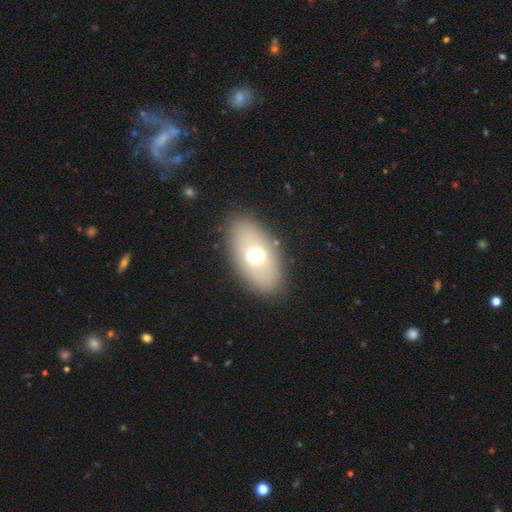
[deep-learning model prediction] The model was most divided on "smooth or featured": smooth: 62%, featured or disk: 27%, star or artifact: 12%. More confident: merging — none (86%); how rounded — in between (85%).